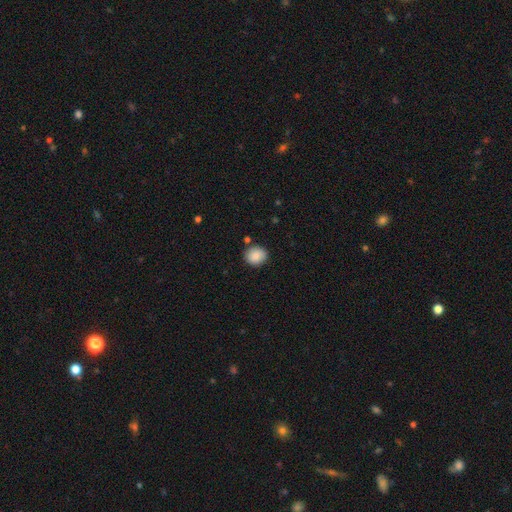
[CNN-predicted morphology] This appears to be a smooth galaxy with no disk features (87%) that is round (76%). Merging: none (82%).